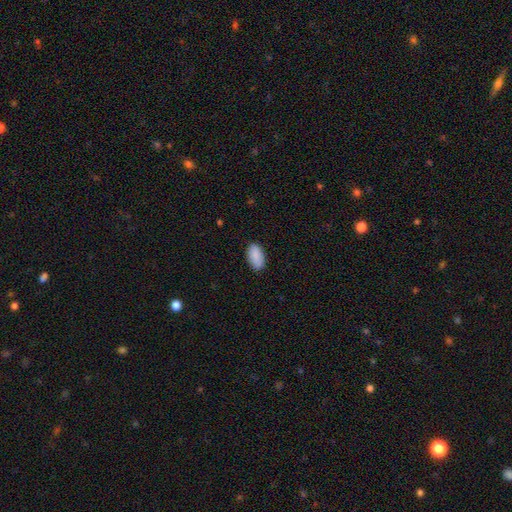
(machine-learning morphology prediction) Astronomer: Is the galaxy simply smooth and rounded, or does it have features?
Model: smooth — 90%.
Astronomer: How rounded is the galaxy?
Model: in between — 94%.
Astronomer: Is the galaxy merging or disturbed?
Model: none — 87%.